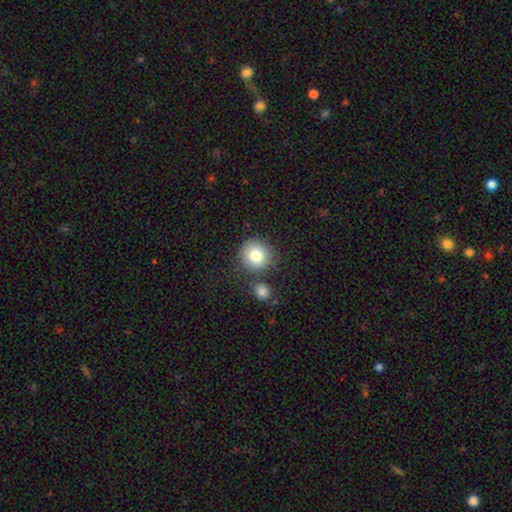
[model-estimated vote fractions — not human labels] Overall: smooth (79%). How rounded: round (92%). Merging: none (77%).